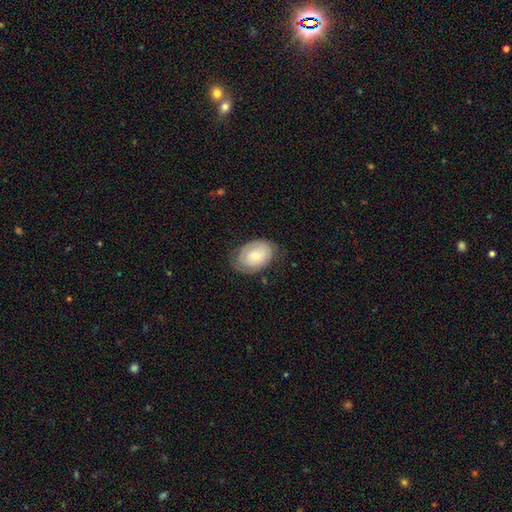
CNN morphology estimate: Smooth or featured? smooth (53%)
How rounded? in between (81%)
Merging? none (69%)